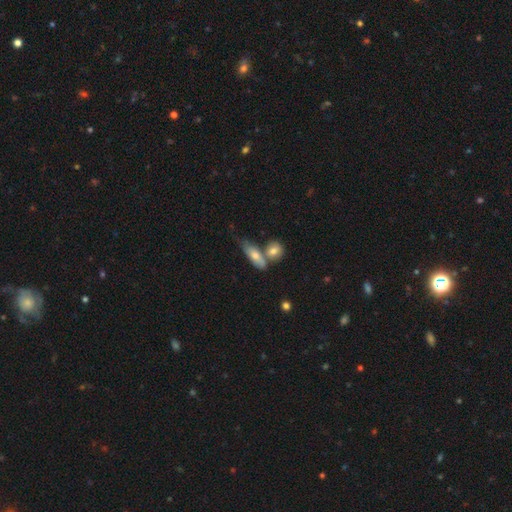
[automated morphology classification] A smooth galaxy with no disk features (69%) that is in between round and cigar-shaped (59%).

Vote fractions:
- Smooth or featured? smooth: 69% / featured or disk: 24% / star or artifact: 7%
- How rounded? in between: 59% / cigar-shaped: 36% / round: 5%
- Merging? none: 43% / merger: 36% / minor disturbance: 15% / major disturbance: 5%